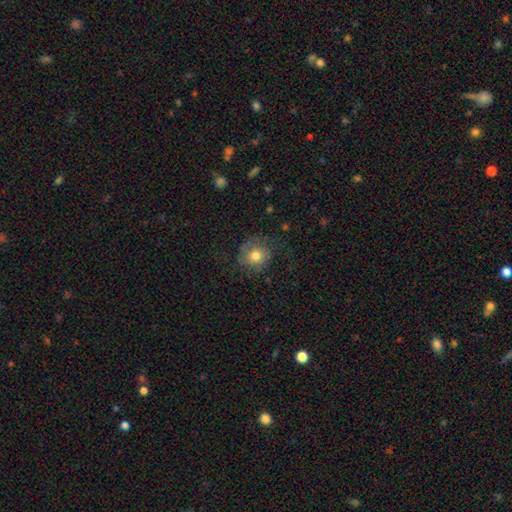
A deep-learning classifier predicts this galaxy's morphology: This appears to be a smooth galaxy with no disk features (66%) that is round (78%). Merging: none (65%).